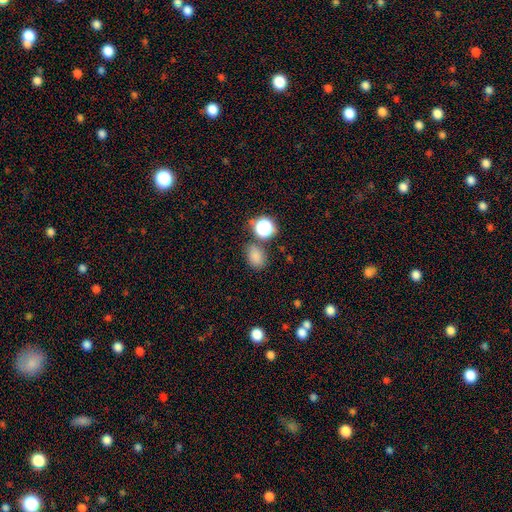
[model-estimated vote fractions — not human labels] Smooth or featured?
  - smooth: 77% *
  - star or artifact: 17%
  - featured or disk: 6%
How rounded?
  - in between: 61% *
  - round: 38%
  - cigar-shaped: 1%
Merging?
  - none: 71% *
  - minor disturbance: 15%
  - merger: 10%
  - major disturbance: 5%